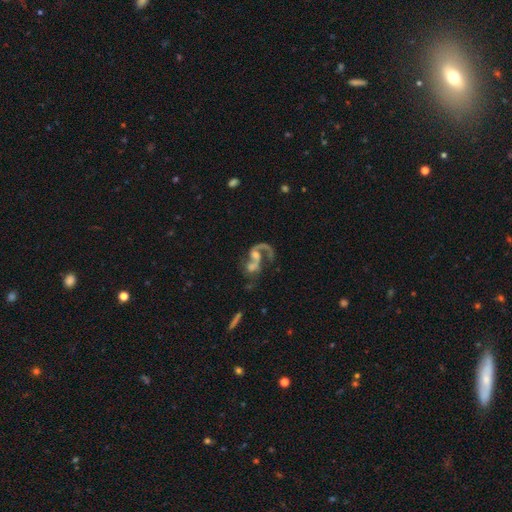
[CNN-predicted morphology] Smooth or featured: featured or disk — 76% (smooth — 14%)
Edge-on disk: no — 97% (yes — 3%)
Bar: no — 61% (weak — 29%)
Spiral arms: yes — 83% (no — 17%)
Spiral winding: loose — 67% (medium — 26%)
Spiral arm count: 1 — 53% (2 — 39%)
Bulge size: moderate — 38% (small — 31%)
Merging: merger — 49% (major disturbance — 23%)